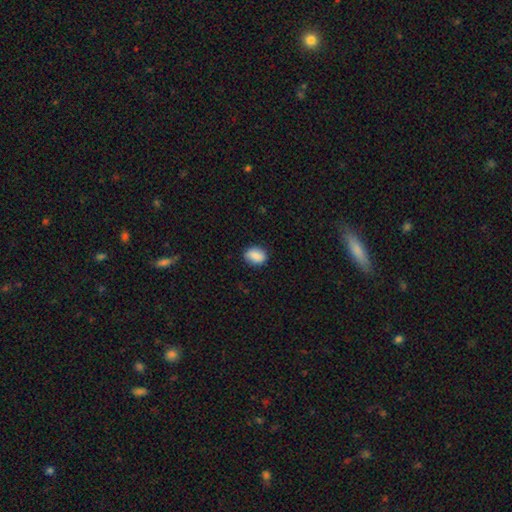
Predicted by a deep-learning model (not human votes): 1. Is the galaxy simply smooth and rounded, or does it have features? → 87% smooth, 7% star or artifact, 5% featured or disk.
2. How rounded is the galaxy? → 70% in between, 28% round, 2% cigar-shaped.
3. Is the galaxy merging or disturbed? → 85% none, 12% minor disturbance, 3% major disturbance, 1% merger.